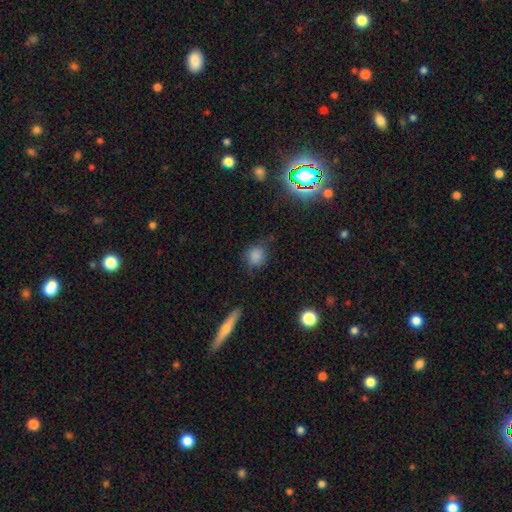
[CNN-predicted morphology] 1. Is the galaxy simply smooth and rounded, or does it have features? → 80% smooth, 13% star or artifact, 7% featured or disk.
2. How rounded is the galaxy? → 81% round, 17% in between, 2% cigar-shaped.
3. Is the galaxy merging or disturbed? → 66% none, 23% minor disturbance, 8% major disturbance, 3% merger.